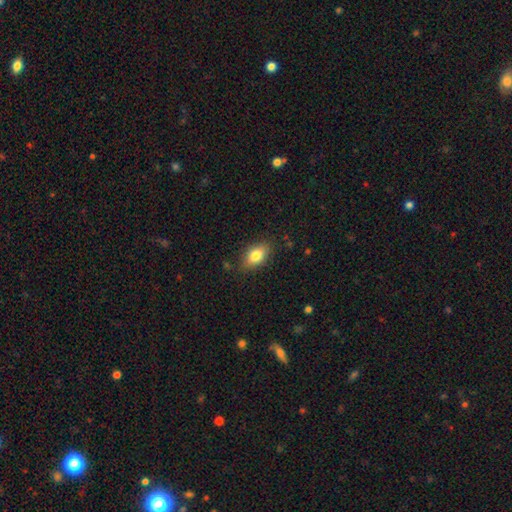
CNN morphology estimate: type=smooth (82%); roundness=in between (87%); merging=none (82%).